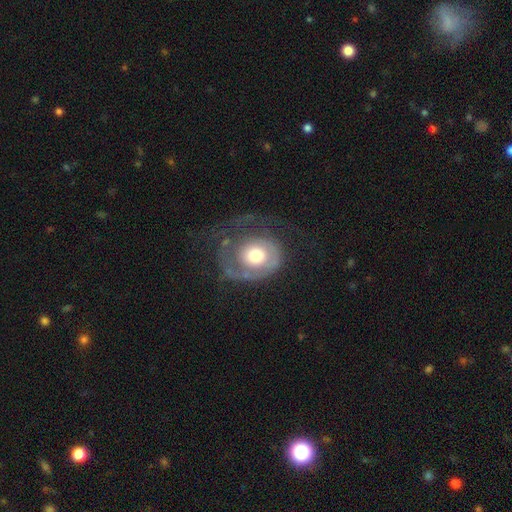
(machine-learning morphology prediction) Smooth or featured: featured or disk — 63% (smooth — 30%)
Edge-on disk: no — 97% (yes — 3%)
Bar: no — 84% (weak — 14%)
Spiral arms: yes — 73% (no — 27%)
Bulge size: moderate — 54% (large — 31%)
Merging: none — 41% (major disturbance — 39%)